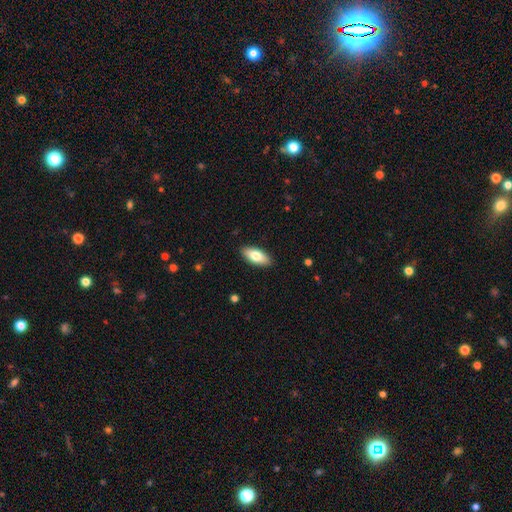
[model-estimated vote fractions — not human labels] smooth 75%, featured or disk 19%, star or artifact 6%. Down the decision tree: how rounded — in between (85%); merging — none (90%).